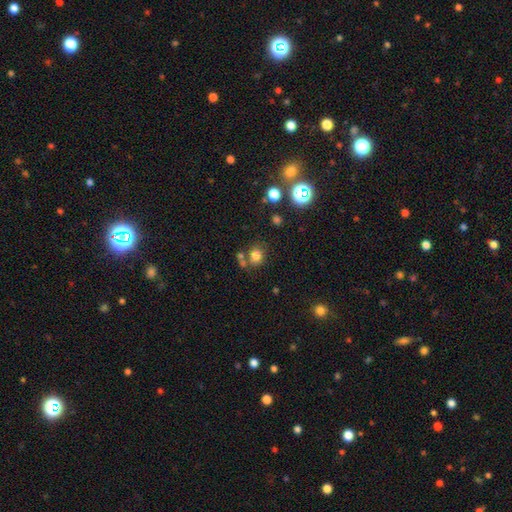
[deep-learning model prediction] Smooth or featured: smooth — 76% (star or artifact — 16%)
How rounded: round — 78% (in between — 21%)
Merging: none — 65% (merger — 18%)